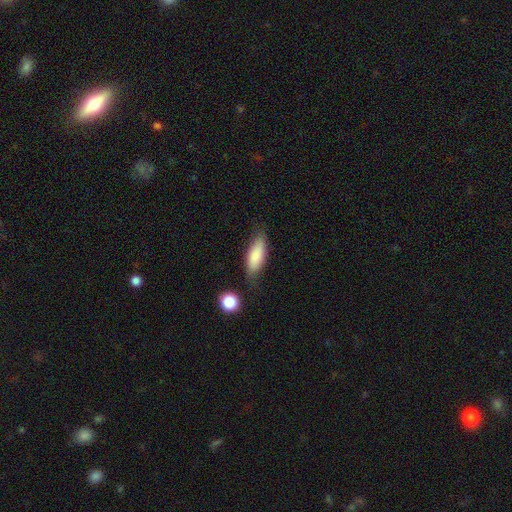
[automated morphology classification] Smooth or featured? smooth (82%)
How rounded? in between (68%)
Merging? none (67%)